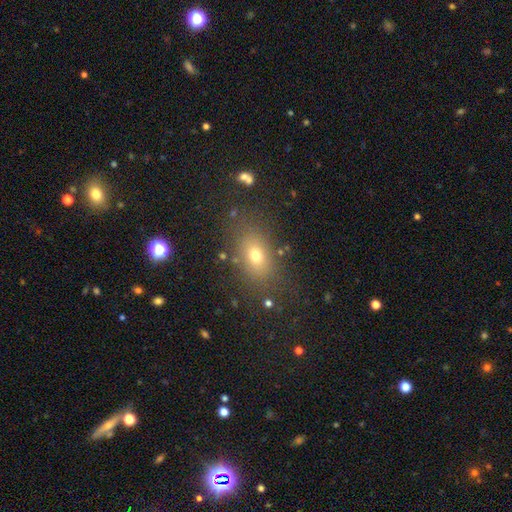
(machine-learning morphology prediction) type=smooth (69%); roundness=in between (74%); merging=none (81%).